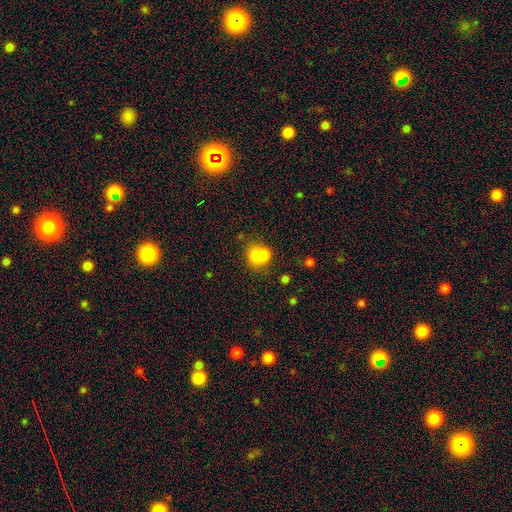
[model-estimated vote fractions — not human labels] Overall: smooth (70%). How rounded: round (71%). Merging: merger (64%; none 26%).